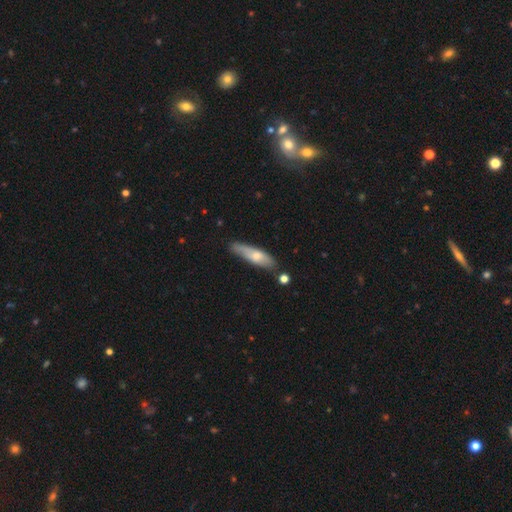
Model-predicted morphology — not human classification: This appears to be a smooth galaxy with no disk features (62%) that is cigar-shaped (66%). Merging: none (68%).